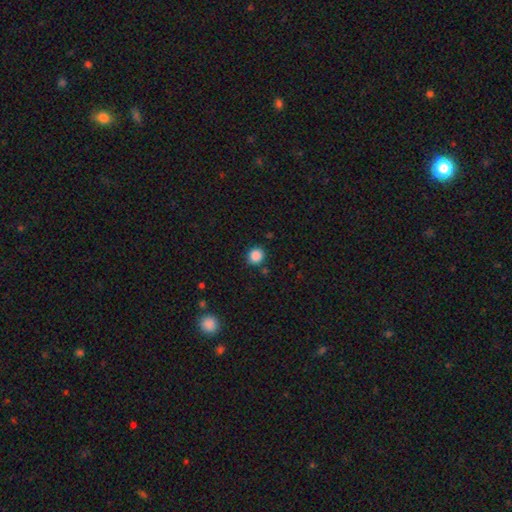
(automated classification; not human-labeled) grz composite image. It shows a smooth galaxy with no disk features (87%) that is round (83%). Merging: none (85%).